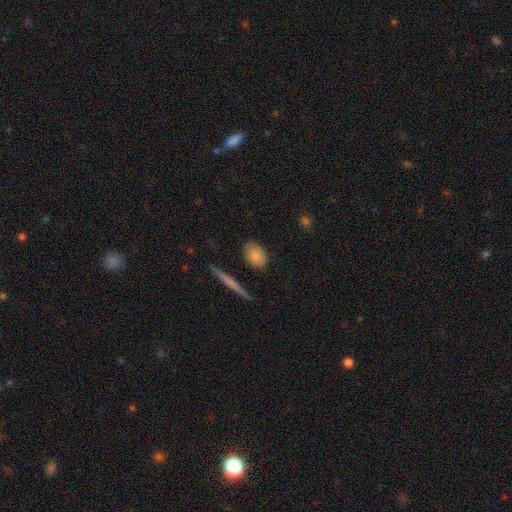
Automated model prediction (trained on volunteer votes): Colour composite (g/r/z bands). It shows a smooth galaxy with no disk features (84%) that is in between round and cigar-shaped (70%). Merging: none (81%).